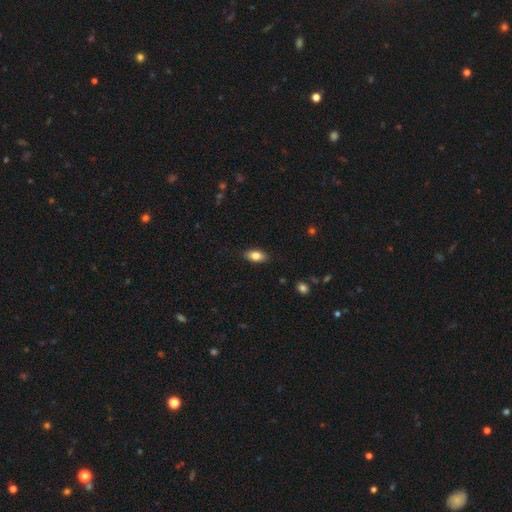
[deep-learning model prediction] This is clearly a smooth galaxy (83%). How rounded: clearly in between (90%). Merging: clearly none (87%).